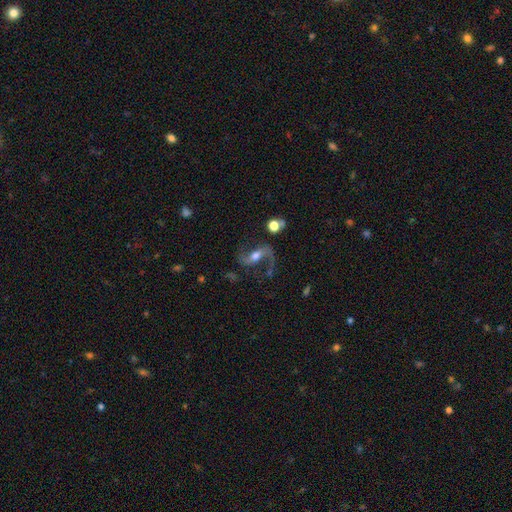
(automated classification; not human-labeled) smooth-or-featured: featured or disk: 85% | smooth: 8% | star or artifact: 7%
  disk-edge-on: no: 96% | yes: 4%
    bar: weak: 40% | strong: 34% | no: 26%
    has-spiral-arms: yes: 96% | no: 4%
      spiral-winding: loose: 70% | medium: 25% | tight: 5%
      spiral-arm-count: 2: 90% | 1: 5% | can't tell: 2% | 3: 1% | 4: 1% | more than 4: 1%
    bulge-size: moderate: 64% | small: 19% | large: 12% | none: 2% | dominant: 2%
  merging: none: 67% | minor disturbance: 14% | major disturbance: 14% | merger: 4%